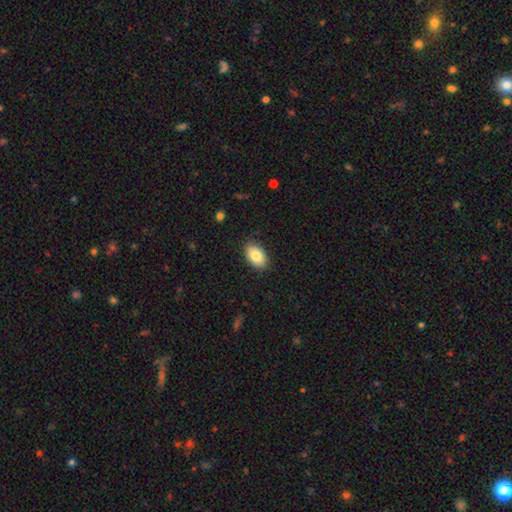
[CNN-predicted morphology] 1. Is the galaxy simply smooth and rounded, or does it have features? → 84% smooth, 9% featured or disk, 7% star or artifact.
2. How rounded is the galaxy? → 92% in between, 7% round, 1% cigar-shaped.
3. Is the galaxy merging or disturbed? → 88% none, 9% minor disturbance, 2% major disturbance, 1% merger.